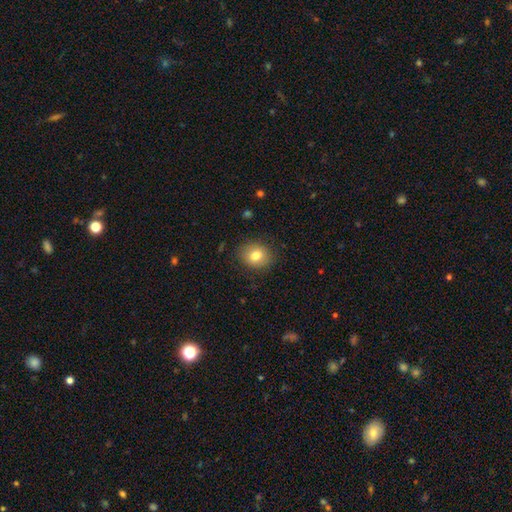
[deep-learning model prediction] smooth-or-featured: smooth: 80% | featured or disk: 10% | star or artifact: 10%
  how-rounded: round: 64% | in between: 35% | cigar-shaped: 1%
  merging: none: 87% | minor disturbance: 9% | major disturbance: 3% | merger: 1%